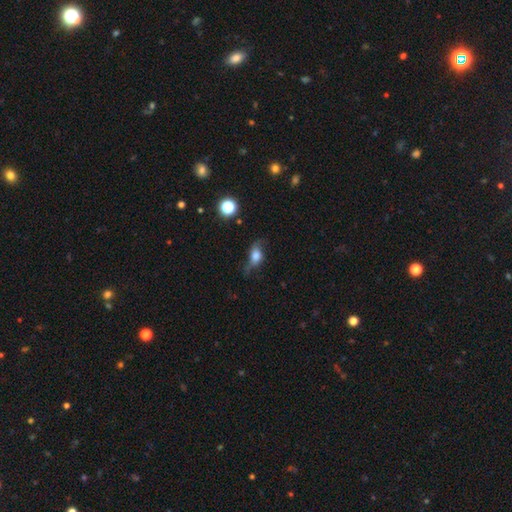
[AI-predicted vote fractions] A smooth galaxy with no disk features (57%) that is in between round and cigar-shaped (69%). Merging: none (47%).